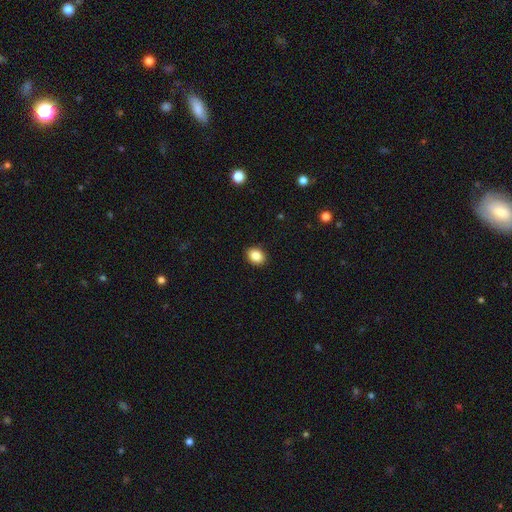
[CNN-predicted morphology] smooth-or-featured: smooth: 86% | star or artifact: 9% | featured or disk: 5%
  how-rounded: in between: 61% | round: 38% | cigar-shaped: 1%
  merging: none: 90% | minor disturbance: 7% | major disturbance: 2% | merger: 1%